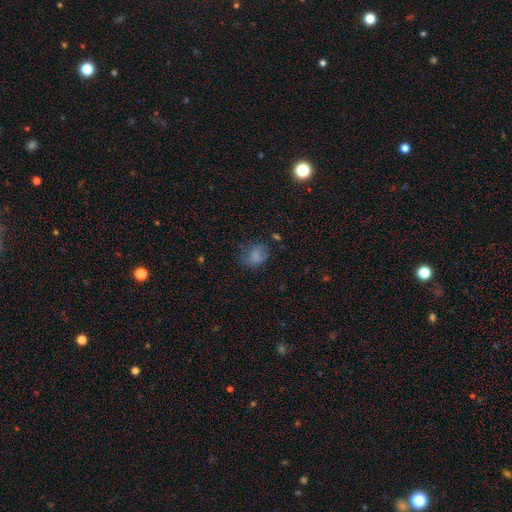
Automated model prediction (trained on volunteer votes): Smooth or featured? Predicted: smooth (p=0.74). How rounded? Predicted: in between (p=0.52). Merging? Predicted: none (p=0.54).